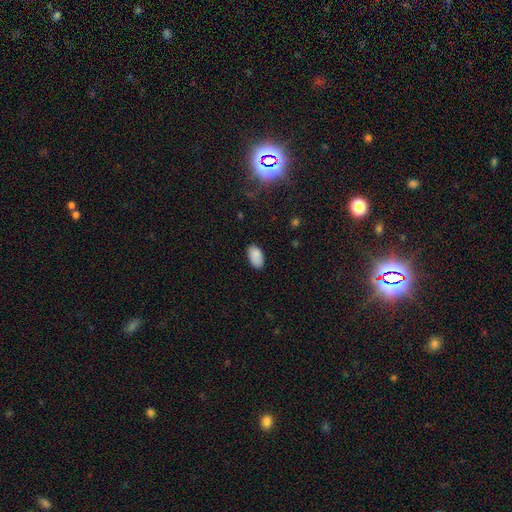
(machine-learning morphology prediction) Overall: smooth (88%). How rounded: in between (95%). Merging: none (82%).